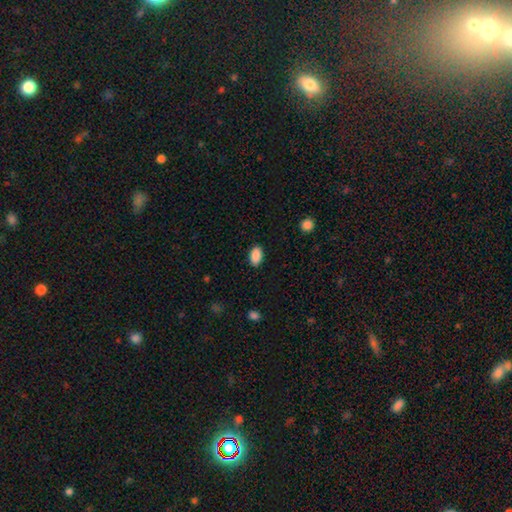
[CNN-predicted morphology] Smooth or featured? Predicted: smooth (p=0.89). How rounded? Predicted: in between (p=0.93). Merging? Predicted: none (p=0.88).